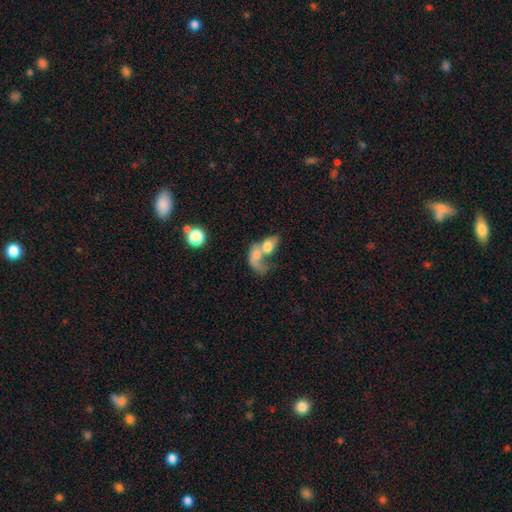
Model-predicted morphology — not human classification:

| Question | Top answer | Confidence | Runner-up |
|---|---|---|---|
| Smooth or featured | smooth | 53% | featured or disk (38%) |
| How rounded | in between | 71% | round (26%) |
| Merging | merger | 73% | major disturbance (14%) |